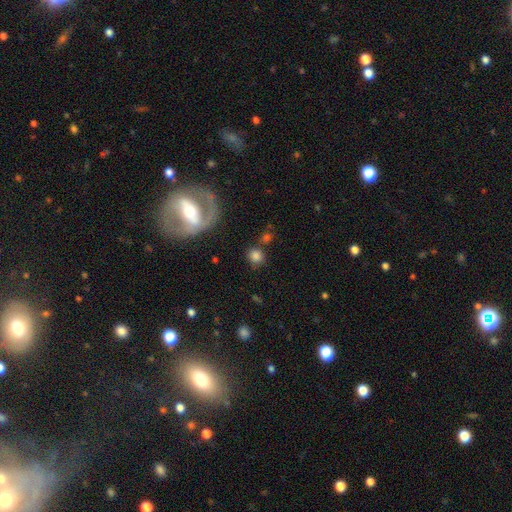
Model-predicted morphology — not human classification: This appears to be a smooth galaxy with no disk features (77%) that is round (86%). Merging: none (74%).